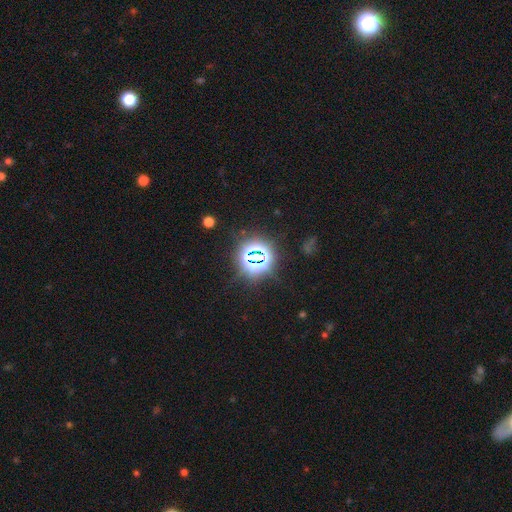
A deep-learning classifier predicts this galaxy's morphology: Overall: star or artifact (77%).